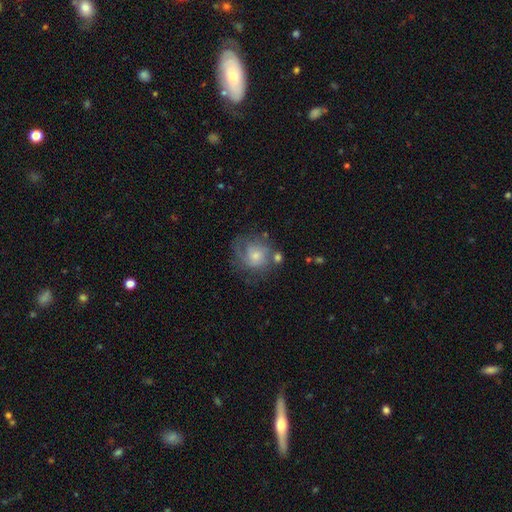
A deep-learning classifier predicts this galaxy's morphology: Smooth or featured?
  - featured or disk: 57% *
  - smooth: 35%
  - star or artifact: 8%
Edge-on disk?
  - no: 98% *
  - yes: 2%
Bar?
  - no: 72% *
  - weak: 25%
  - strong: 3%
Spiral arms?
  - yes: 81% *
  - no: 19%
Bulge size?
  - small: 53% *
  - moderate: 35%
  - none: 6%
  - large: 4%
  - dominant: 1%
Merging?
  - none: 50% *
  - minor disturbance: 22%
  - major disturbance: 21%
  - merger: 7%